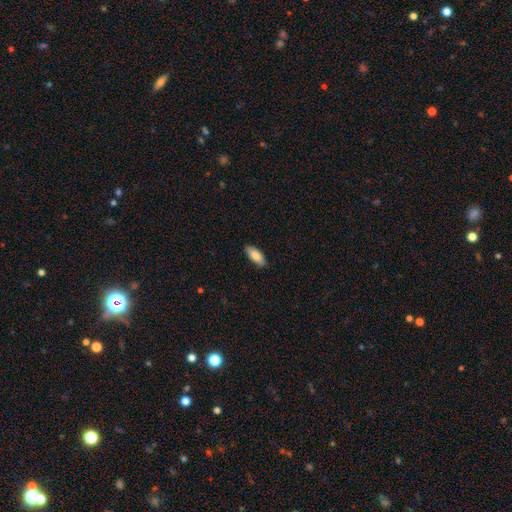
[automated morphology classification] This appears to be a smooth galaxy with no disk features (82%) that is in between round and cigar-shaped (79%). Merging: none (86%).